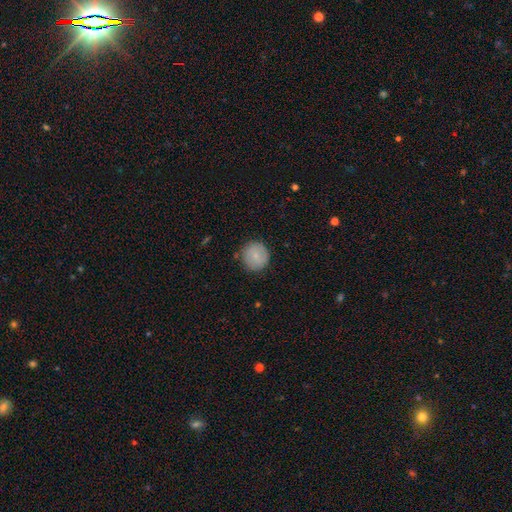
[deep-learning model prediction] Smooth or featured?
  - smooth: 77% *
  - featured or disk: 17%
  - star or artifact: 7%
How rounded?
  - round: 92% *
  - in between: 7%
  - cigar-shaped: 1%
Merging?
  - none: 85% *
  - minor disturbance: 11%
  - major disturbance: 3%
  - merger: 1%